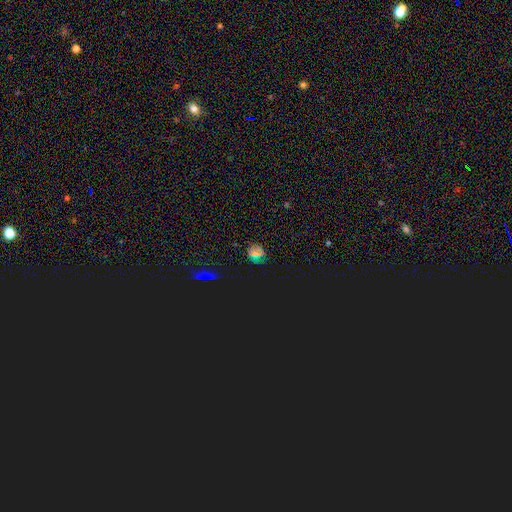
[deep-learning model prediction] smooth-or-featured: star or artifact: 46% | smooth: 40% | featured or disk: 15%